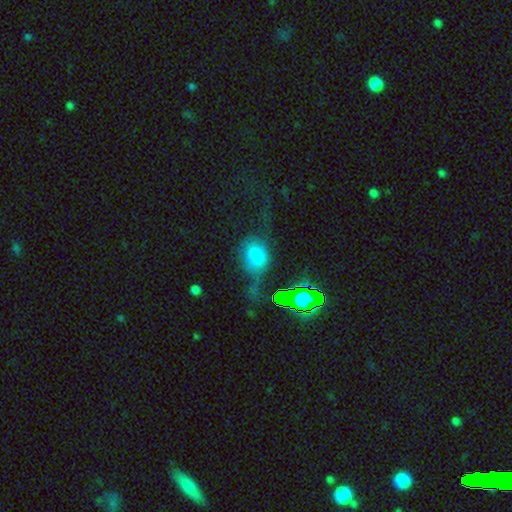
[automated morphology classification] The model was most divided on "merging": none: 37%, major disturbance: 33%, minor disturbance: 22%, merger: 8%. More confident: smooth or featured — smooth (57%); how rounded — in between (50%).